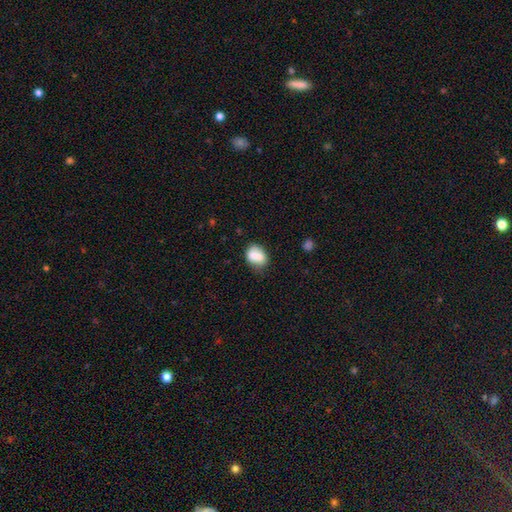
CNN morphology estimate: Smooth or featured: smooth — 77% (featured or disk — 14%)
How rounded: in between — 63% (round — 36%)
Merging: none — 51% (minor disturbance — 22%)